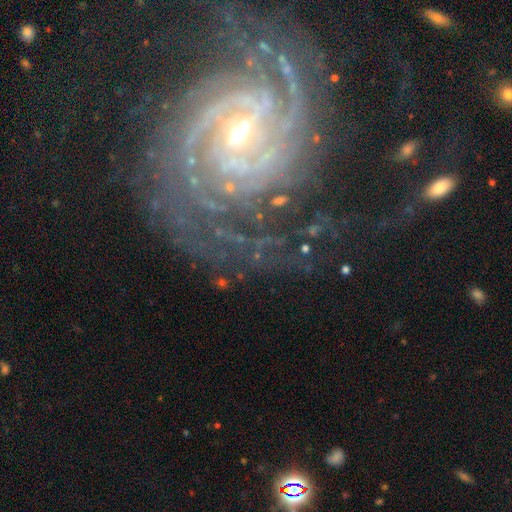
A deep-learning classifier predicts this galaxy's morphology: Smooth or featured? Predicted: featured or disk (p=0.90). Edge-on disk? Predicted: no (p=0.97). Bar? Predicted: weak (p=0.43). Spiral arms? Predicted: yes (p=0.98). Spiral winding? Predicted: tight (p=0.72). Spiral arm count? Predicted: 2 (p=0.23). Bulge size? Predicted: small (p=0.55). Merging? Predicted: none (p=0.65).